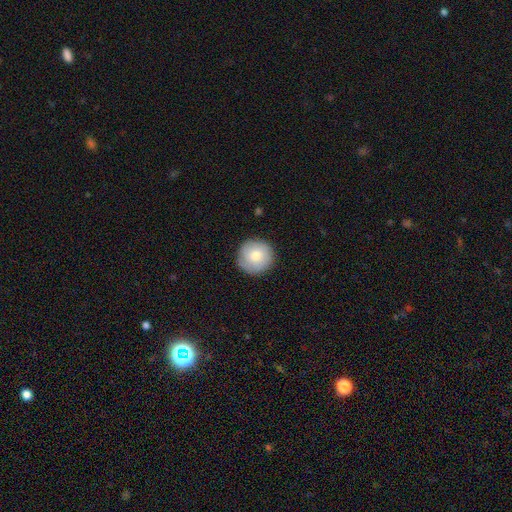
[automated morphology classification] This appears to be a smooth galaxy with no disk features (69%) that is round (95%). Merging: none (86%).